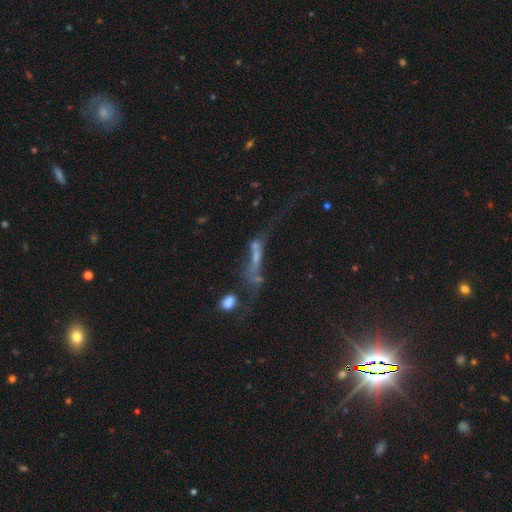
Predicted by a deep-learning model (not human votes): featured or disk 51%, smooth 30%, star or artifact 19%. Down the decision tree: edge-on disk — no (64%); merging — major disturbance (34%).